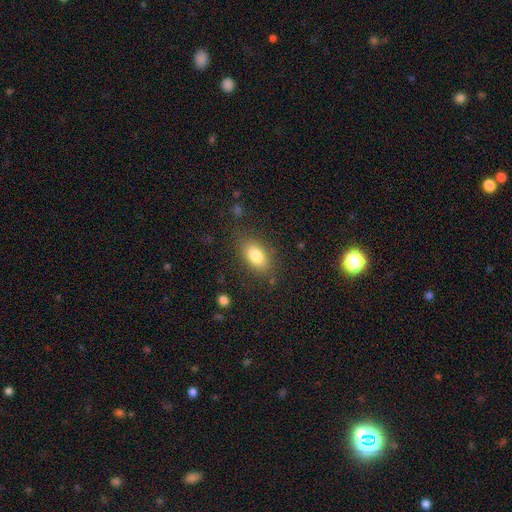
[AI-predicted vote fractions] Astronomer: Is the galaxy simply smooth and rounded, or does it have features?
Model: smooth — 80%.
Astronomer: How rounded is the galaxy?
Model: in between — 87%.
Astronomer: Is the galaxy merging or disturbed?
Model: none — 78%.